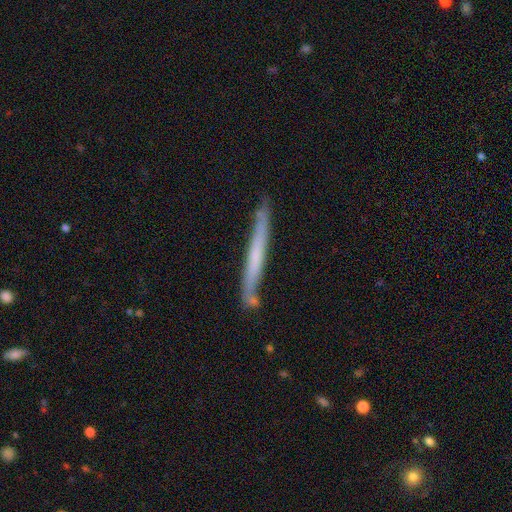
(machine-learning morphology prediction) Smooth or featured? featured or disk (50%)
Edge-on disk? yes (92%)
Merging? none (80%)